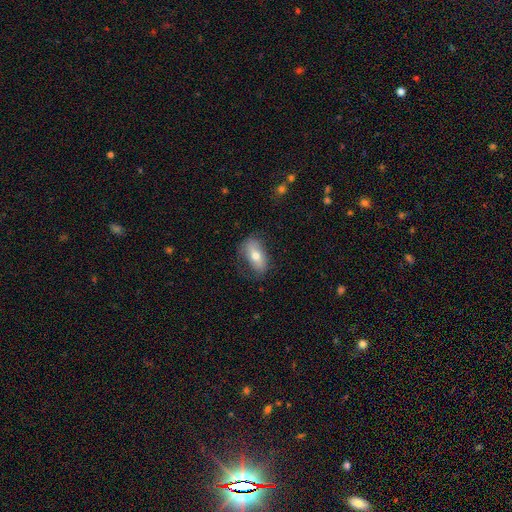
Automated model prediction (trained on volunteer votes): Smooth or featured: smooth — 64% (featured or disk — 29%)
How rounded: in between — 88% (cigar-shaped — 7%)
Merging: none — 66% (minor disturbance — 23%)